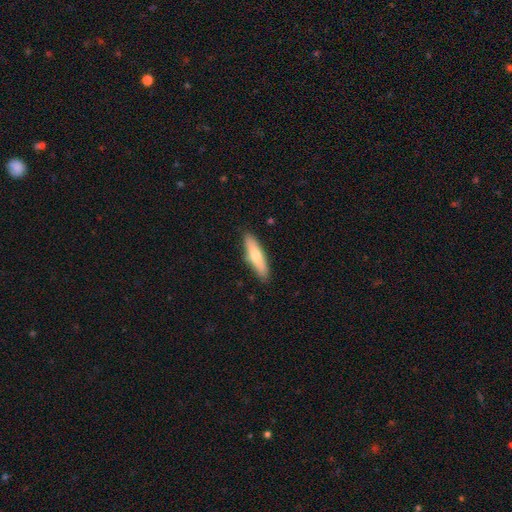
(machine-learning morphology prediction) Smooth or featured? smooth (66%)
How rounded? cigar-shaped (68%)
Merging? none (86%)